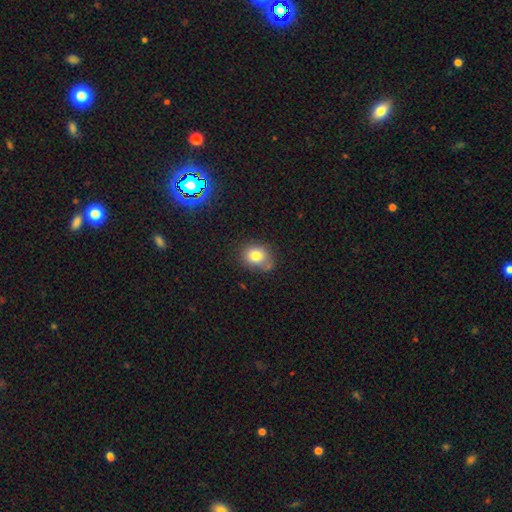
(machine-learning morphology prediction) A smooth galaxy with no disk features (79%) that is round (58%). Merging: none (62%).